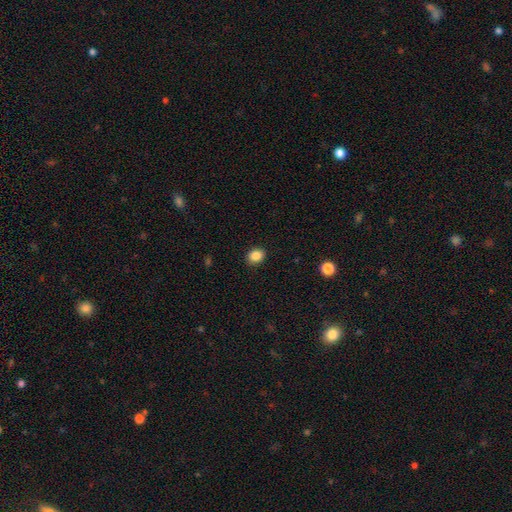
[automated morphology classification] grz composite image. It shows a smooth galaxy with no disk features (87%) that is round (53%). Merging: none (89%).